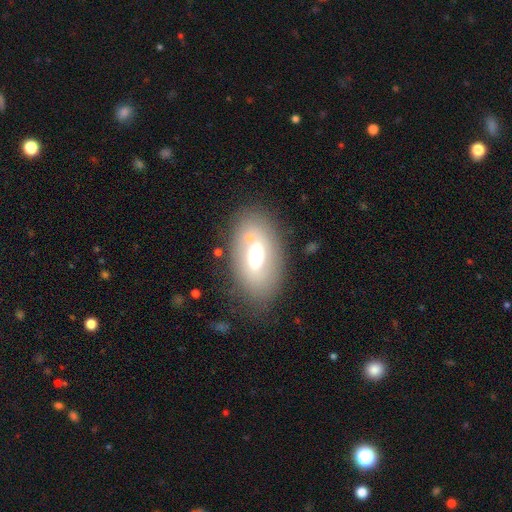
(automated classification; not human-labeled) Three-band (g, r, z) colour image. It shows a smooth galaxy with no disk features (57%) that is in between round and cigar-shaped (89%). Merging: none (70%).